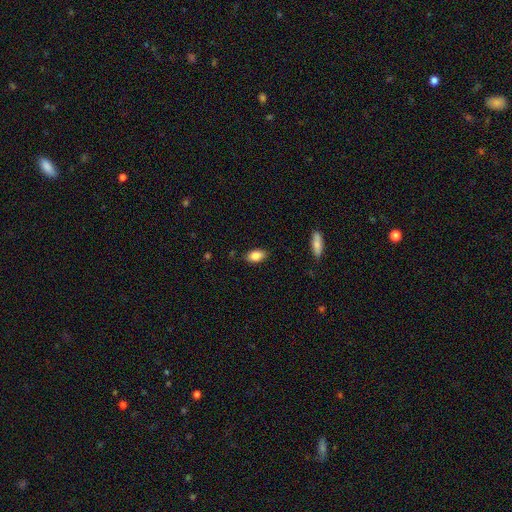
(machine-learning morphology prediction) smooth 85%, star or artifact 8%, featured or disk 7%. Down the decision tree: how rounded — in between (91%); merging — none (85%).